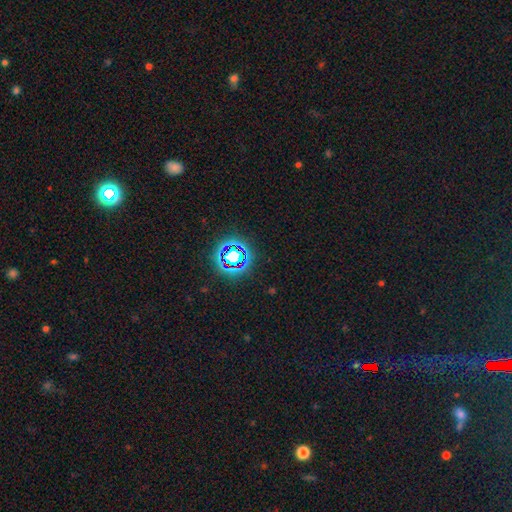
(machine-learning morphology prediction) The model was most divided on "smooth or featured": star or artifact: 77%, smooth: 16%, featured or disk: 6%.